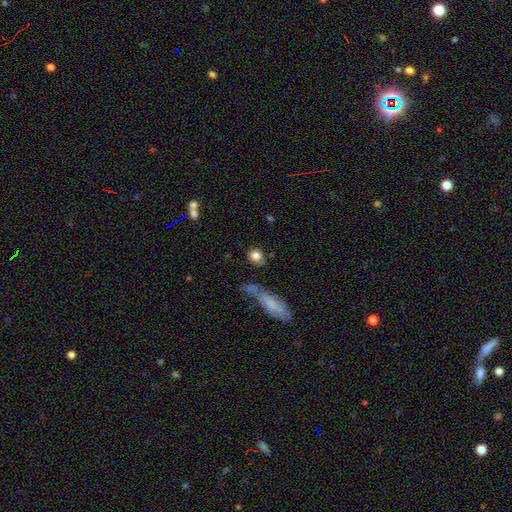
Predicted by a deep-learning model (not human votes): smooth_or_featured: smooth (p=0.81) [alt: featured or disk p=0.10]
how_rounded: round (p=0.73) [alt: in between p=0.23]
merging: none (p=0.75) [alt: minor disturbance p=0.12]